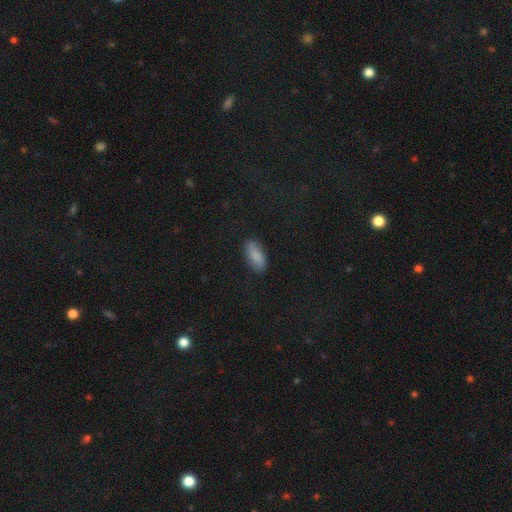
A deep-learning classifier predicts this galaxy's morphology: Smooth or featured: smooth — 85% (featured or disk — 8%)
How rounded: in between — 85% (cigar-shaped — 12%)
Merging: none — 83% (minor disturbance — 13%)